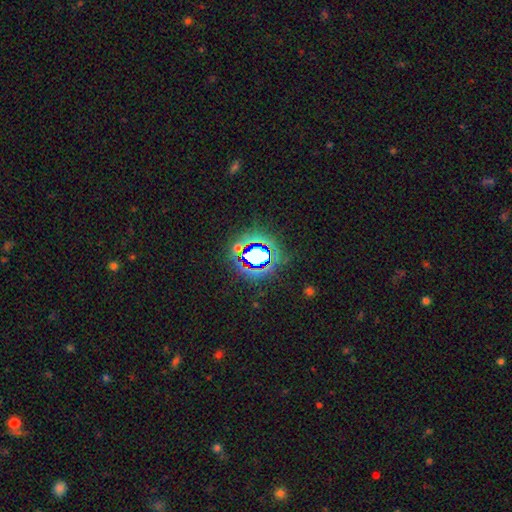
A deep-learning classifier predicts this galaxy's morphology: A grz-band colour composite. It shows a star or artifact, not a galaxy (66%).